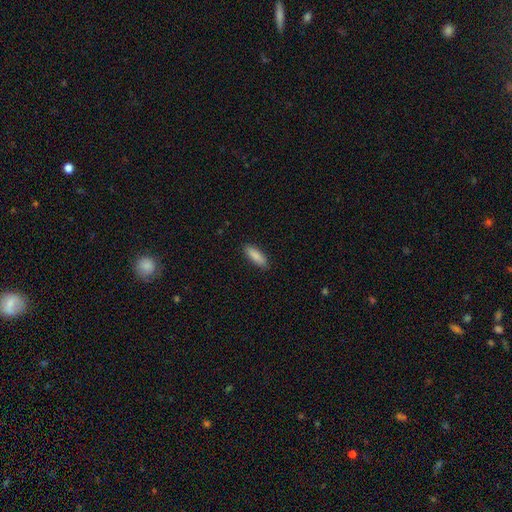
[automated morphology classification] Smooth or featured? Predicted: smooth (p=0.88). How rounded? Predicted: in between (p=0.52). Merging? Predicted: none (p=0.89).